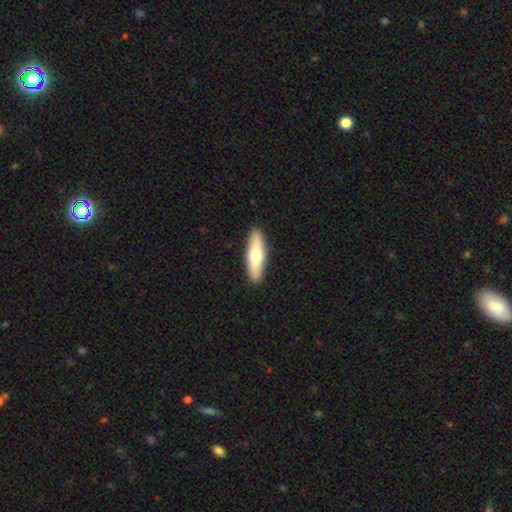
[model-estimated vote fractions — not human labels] The model was most divided on "smooth or featured": smooth: 64%, featured or disk: 31%, star or artifact: 5%. More confident: merging — none (91%); how rounded — cigar-shaped (66%).